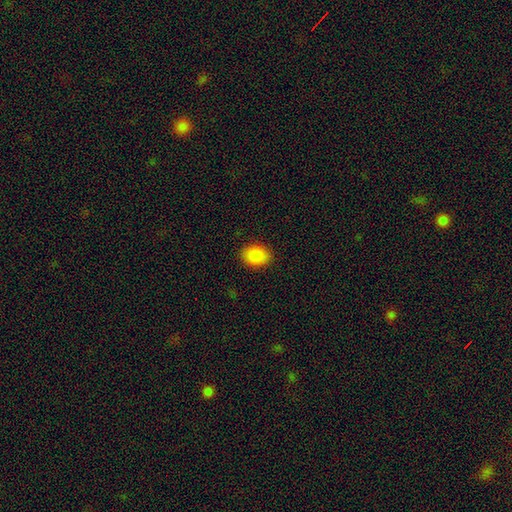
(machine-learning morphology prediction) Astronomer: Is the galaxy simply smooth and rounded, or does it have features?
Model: smooth — 89%.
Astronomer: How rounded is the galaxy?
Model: in between — 70%.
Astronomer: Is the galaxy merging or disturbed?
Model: none — 89%.